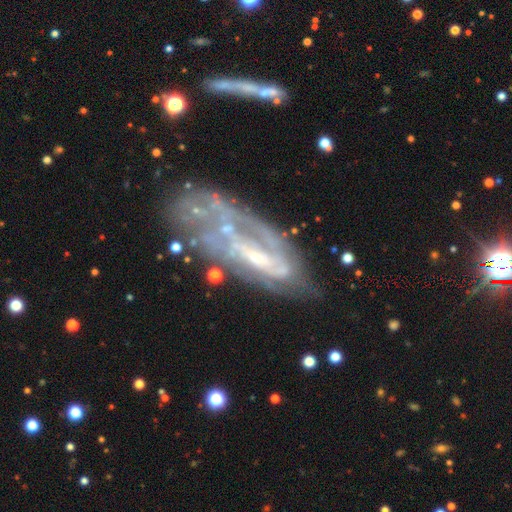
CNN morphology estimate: Smooth or featured?
  - featured or disk: 75% *
  - smooth: 16%
  - star or artifact: 10%
Edge-on disk?
  - no: 87% *
  - yes: 13%
Bar?
  - no: 45% *
  - weak: 35%
  - strong: 20%
Spiral arms?
  - yes: 59% *
  - no: 41%
Bulge size?
  - small: 42% *
  - none: 28%
  - moderate: 25%
  - large: 3%
  - dominant: 1%
Merging?
  - none: 45% *
  - major disturbance: 24%
  - minor disturbance: 22%
  - merger: 8%